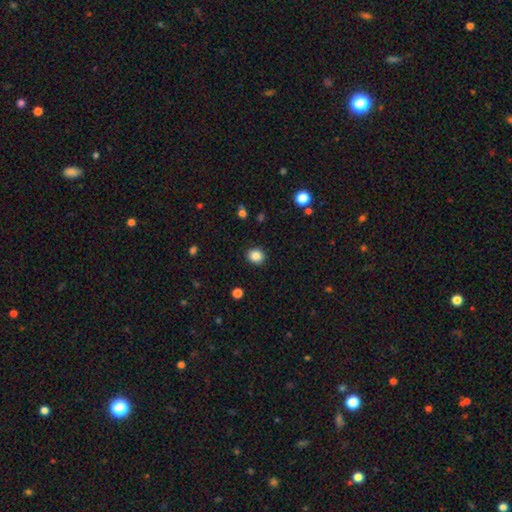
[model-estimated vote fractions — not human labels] smooth-or-featured: smooth: 86% | star or artifact: 10% | featured or disk: 4%
  how-rounded: round: 73% | in between: 26% | cigar-shaped: 1%
  merging: none: 90% | minor disturbance: 7% | major disturbance: 2% | merger: 1%